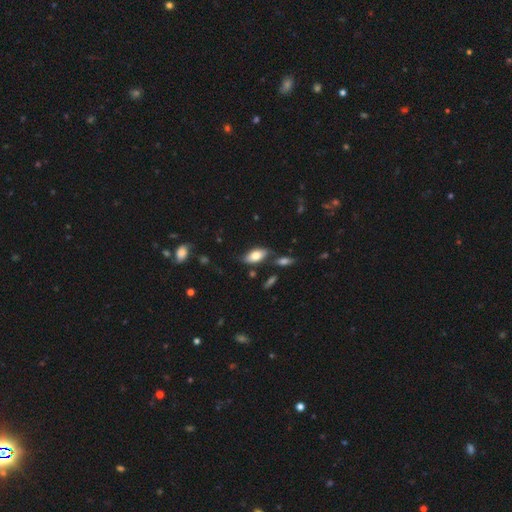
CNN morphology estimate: This is likely a smooth galaxy (74%). How rounded: clearly in between (90%). Merging: likely none (69%).